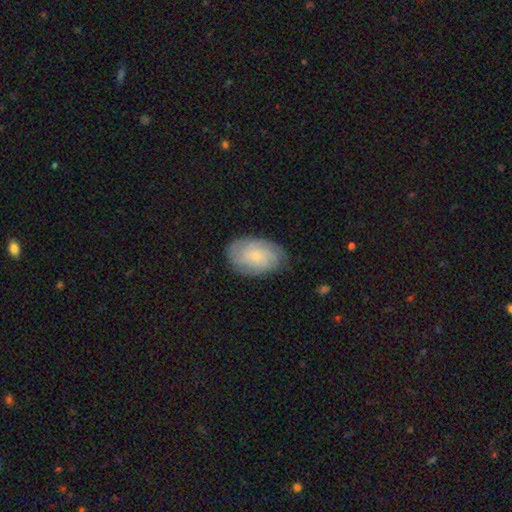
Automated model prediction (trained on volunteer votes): This appears to be a featured or disk galaxy (59%) with no bar (76%), tight (67%) spiral arms (92%) and a small central bulge (72%). Merging: none (78%).